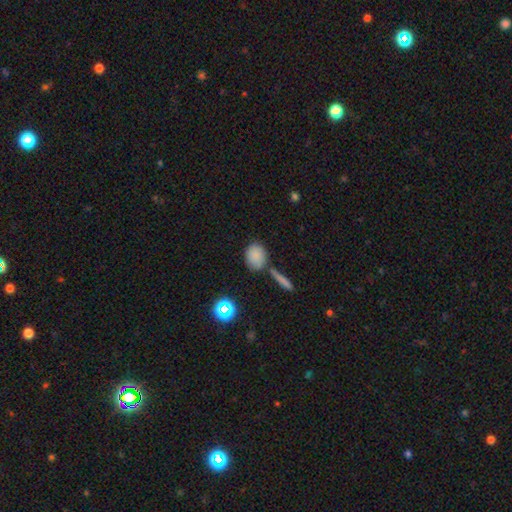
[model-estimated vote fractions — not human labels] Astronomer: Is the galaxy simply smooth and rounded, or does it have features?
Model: smooth — 81%.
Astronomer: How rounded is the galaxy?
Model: in between — 57% (runner-up: round, 40%).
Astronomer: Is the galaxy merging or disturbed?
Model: none — 66%.